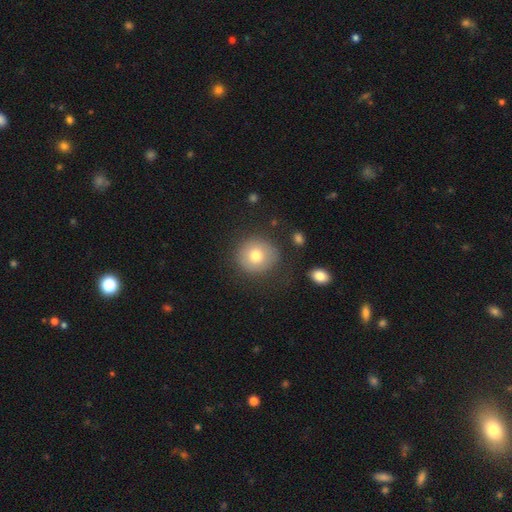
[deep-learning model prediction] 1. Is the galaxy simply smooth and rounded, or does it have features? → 73% smooth, 17% featured or disk, 10% star or artifact.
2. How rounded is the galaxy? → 88% round, 11% in between, 1% cigar-shaped.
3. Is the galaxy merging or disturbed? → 79% none, 13% minor disturbance, 6% major disturbance, 2% merger.